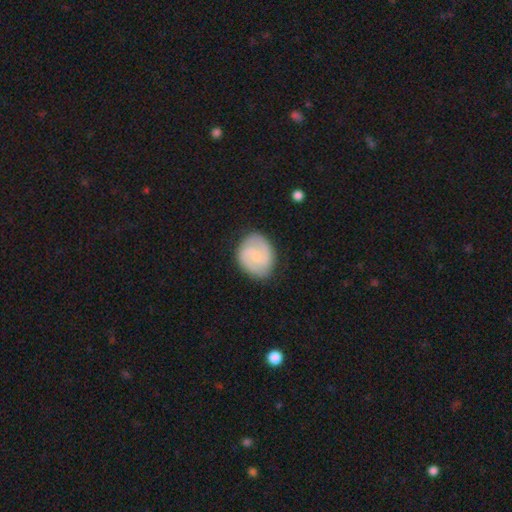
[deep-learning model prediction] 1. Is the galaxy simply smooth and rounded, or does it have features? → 76% featured or disk, 19% smooth, 5% star or artifact.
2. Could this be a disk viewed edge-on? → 98% no, 2% yes.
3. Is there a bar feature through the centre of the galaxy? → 48% no, 46% weak, 7% strong.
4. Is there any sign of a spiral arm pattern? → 96% yes, 4% no.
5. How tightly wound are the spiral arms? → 45% tight (tied), 45% medium (tied), 10% loose.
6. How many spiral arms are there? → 85% 2, 5% can't tell, 5% 3, 2% 1, 1% 4, 1% more than 4.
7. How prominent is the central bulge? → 57% small, 24% none, 17% moderate, 1% large, 1% dominant.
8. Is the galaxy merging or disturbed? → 84% none, 11% minor disturbance, 3% major disturbance, 1% merger.